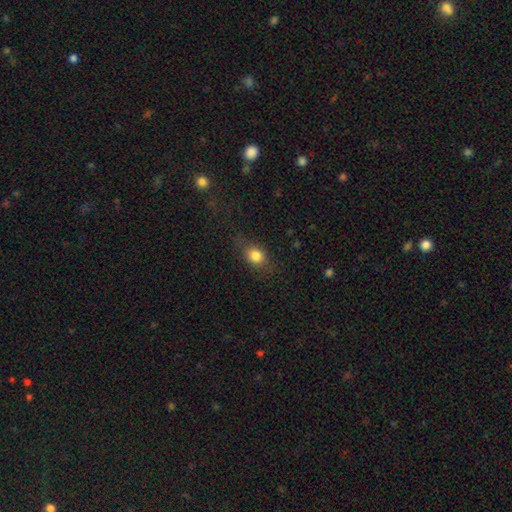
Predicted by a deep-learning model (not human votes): smooth_or_featured: smooth (p=0.80) [alt: star or artifact p=0.10]
how_rounded: in between (p=0.52) [alt: round p=0.45]
merging: none (p=0.70) [alt: minor disturbance p=0.19]